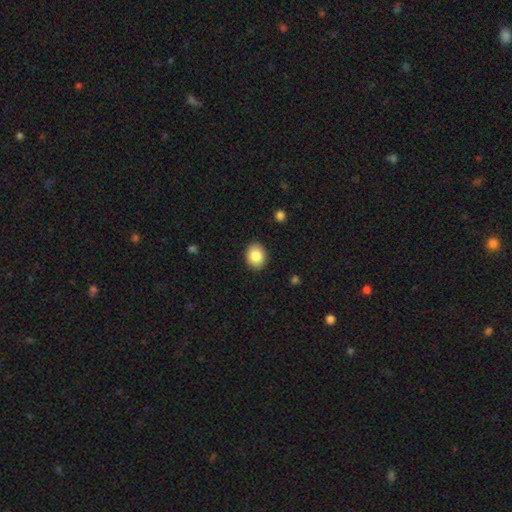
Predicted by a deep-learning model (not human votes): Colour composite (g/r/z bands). It shows a smooth galaxy with no disk features (84%) that is in between round and cigar-shaped (50%). Merging: none (90%).